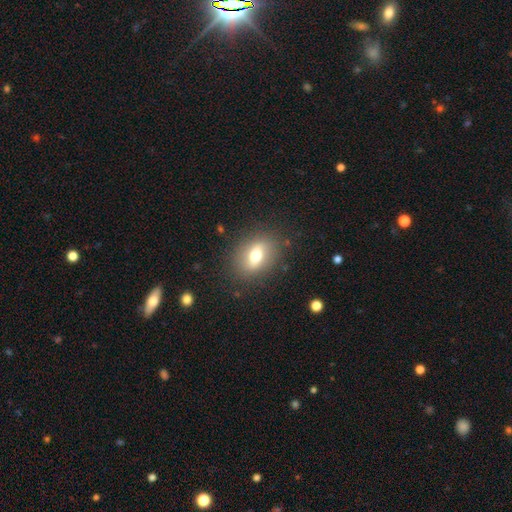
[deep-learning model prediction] Q: Smooth or featured?
A: smooth (62%); runner-up: featured or disk (29%)
Q: How rounded?
A: in between (65%); runner-up: round (31%)
Q: Merging?
A: none (83%); runner-up: minor disturbance (11%)